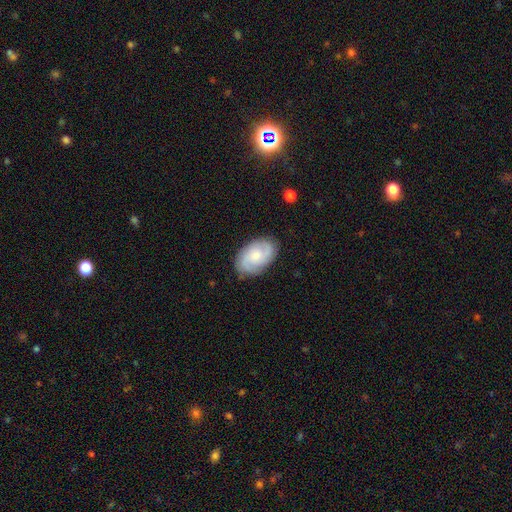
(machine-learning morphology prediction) Smooth or featured? Predicted: featured or disk (p=0.66). Edge-on disk? Predicted: no (p=0.97). Bar? Predicted: no (p=0.66). Spiral arms? Predicted: yes (p=0.93). Spiral winding? Predicted: tight (p=0.43, tied with medium). Spiral arm count? Predicted: 2 (p=0.57). Bulge size? Predicted: moderate (p=0.44, tied with small). Merging? Predicted: none (p=0.82).